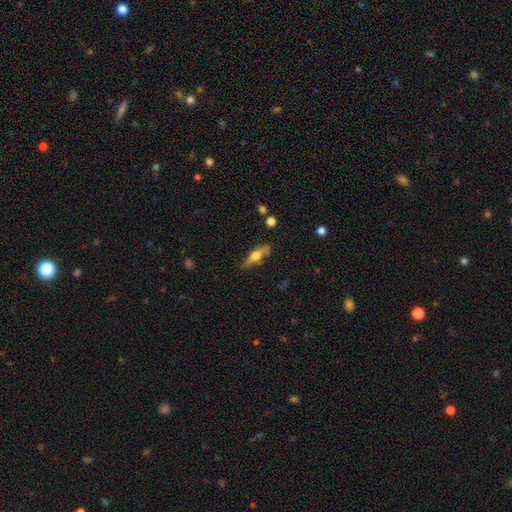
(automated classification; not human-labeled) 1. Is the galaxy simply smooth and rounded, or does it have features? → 49% featured or disk, 44% smooth, 7% star or artifact.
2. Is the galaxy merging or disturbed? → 71% none, 19% minor disturbance, 6% major disturbance, 4% merger.